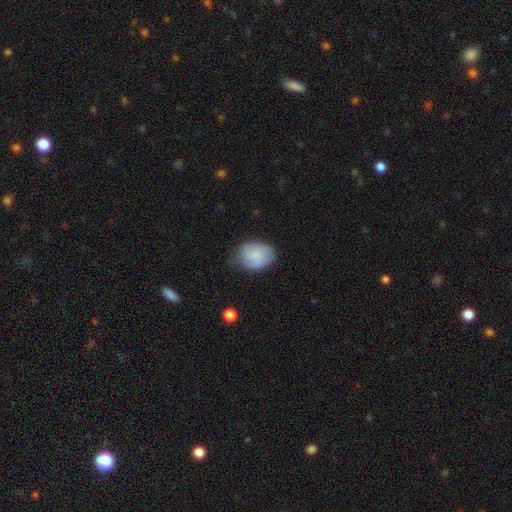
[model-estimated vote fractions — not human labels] smooth 72%, featured or disk 21%, star or artifact 7%. Down the decision tree: how rounded — in between (60%); merging — none (56%).